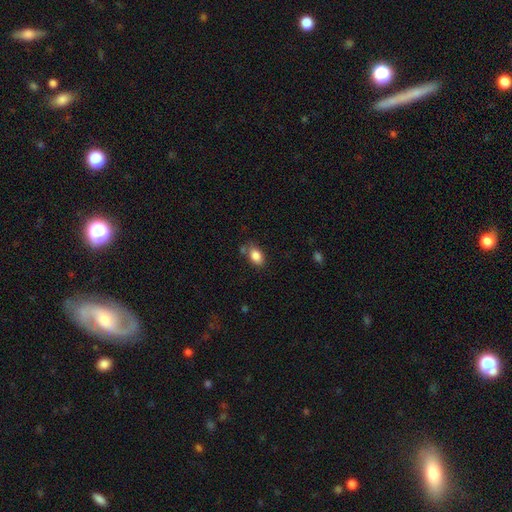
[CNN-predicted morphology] type=smooth (85%); roundness=in between (88%); merging=none (69%).